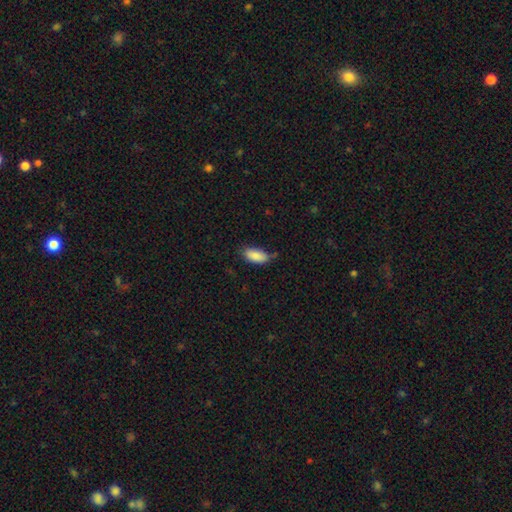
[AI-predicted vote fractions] smooth-or-featured: smooth: 88% | star or artifact: 7% | featured or disk: 6%
  how-rounded: in between: 90% | cigar-shaped: 8% | round: 2%
  merging: none: 66% | minor disturbance: 26% | major disturbance: 5% | merger: 3%